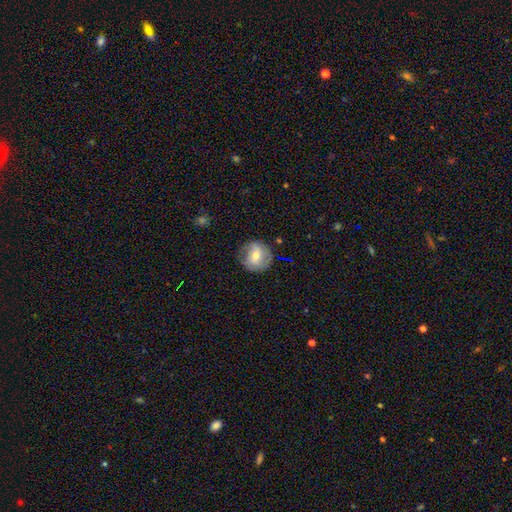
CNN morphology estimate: type=smooth (54%); roundness=round (90%); merging=none (77%).